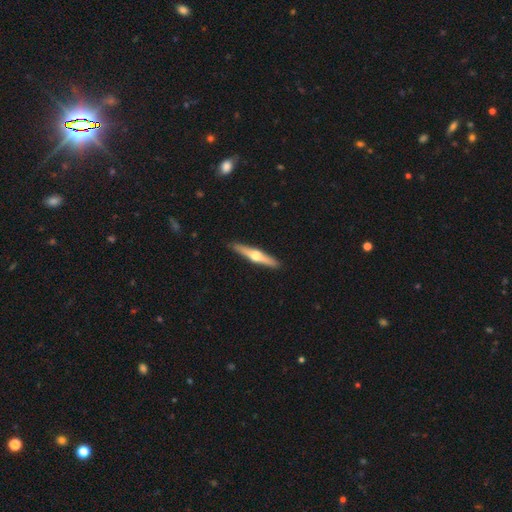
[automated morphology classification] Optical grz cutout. It shows a featured or disk galaxy (68%) viewed edge-on (97%) with a rounded central bulge (95%). Merging: none (92%).